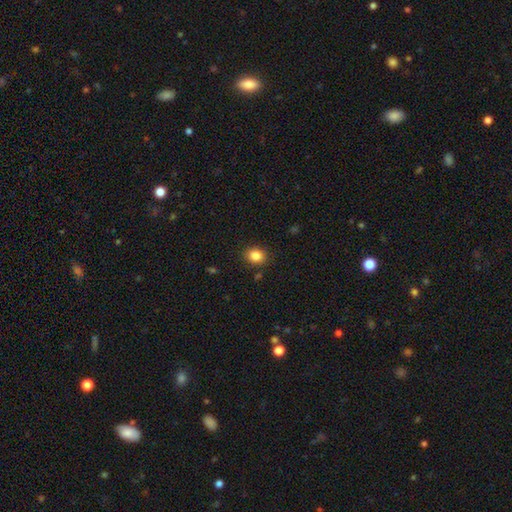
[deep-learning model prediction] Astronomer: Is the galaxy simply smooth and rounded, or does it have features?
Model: smooth — 85%.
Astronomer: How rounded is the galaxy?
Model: round — 62%.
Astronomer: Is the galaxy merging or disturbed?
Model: none — 87%.